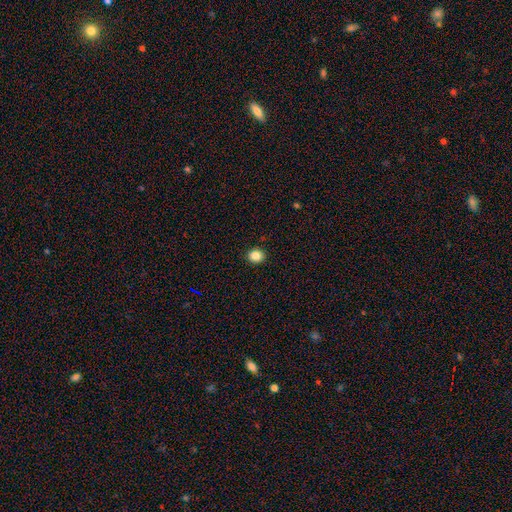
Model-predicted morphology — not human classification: type=smooth (85%); roundness=round (75%); merging=none (92%).